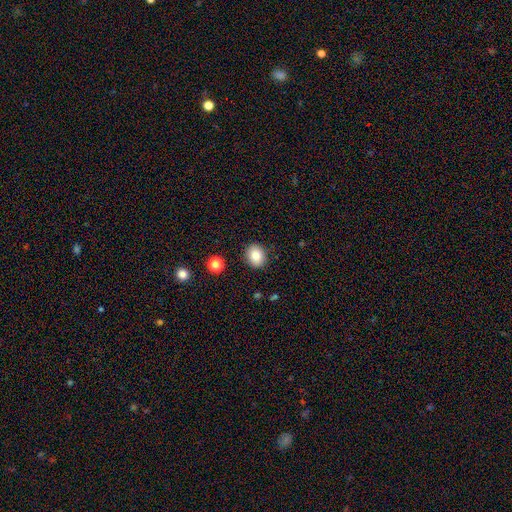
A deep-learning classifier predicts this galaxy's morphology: Q: Smooth or featured?
A: smooth (83%); runner-up: star or artifact (10%)
Q: How rounded?
A: round (66%); runner-up: in between (33%)
Q: Merging?
A: none (89%); runner-up: minor disturbance (8%)